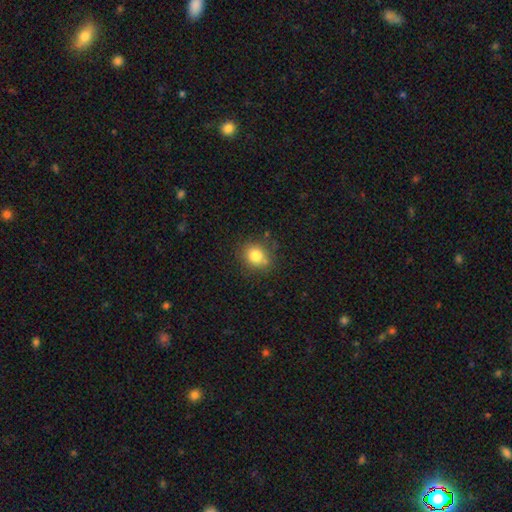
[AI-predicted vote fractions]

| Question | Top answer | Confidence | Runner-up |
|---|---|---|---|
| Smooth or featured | smooth | 81% | star or artifact (11%) |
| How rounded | round | 66% | in between (33%) |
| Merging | none | 76% | minor disturbance (16%) |